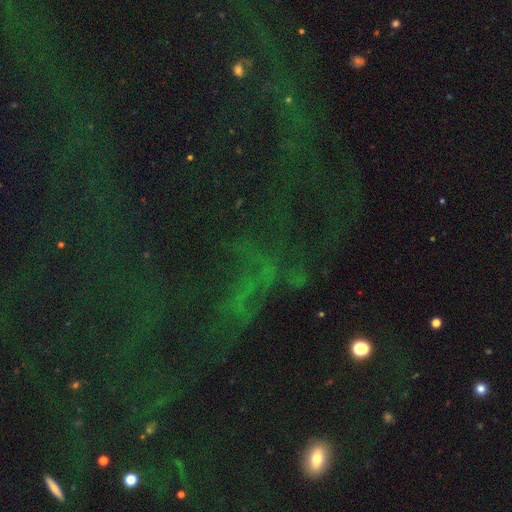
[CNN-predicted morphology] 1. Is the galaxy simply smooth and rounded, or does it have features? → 68% star or artifact, 16% smooth, 16% featured or disk.